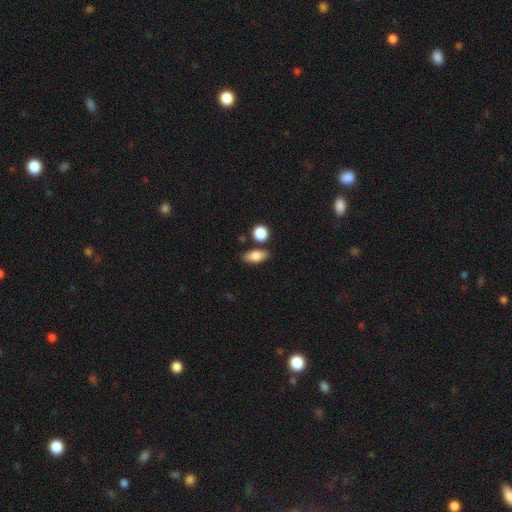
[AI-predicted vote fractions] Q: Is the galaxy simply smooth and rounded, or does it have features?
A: smooth — 80%.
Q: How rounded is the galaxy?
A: in between — 81%.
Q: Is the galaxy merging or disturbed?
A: none — 75%.